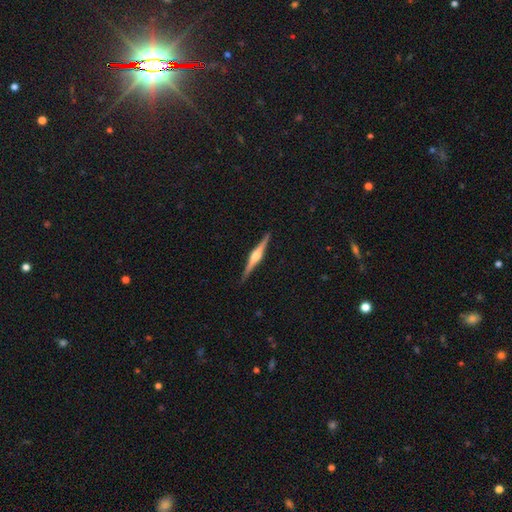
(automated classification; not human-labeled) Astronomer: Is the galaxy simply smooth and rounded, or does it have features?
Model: featured or disk — 81%.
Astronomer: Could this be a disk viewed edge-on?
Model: yes — 98%.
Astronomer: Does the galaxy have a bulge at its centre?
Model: rounded — 86%.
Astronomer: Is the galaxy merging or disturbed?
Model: none — 91%.